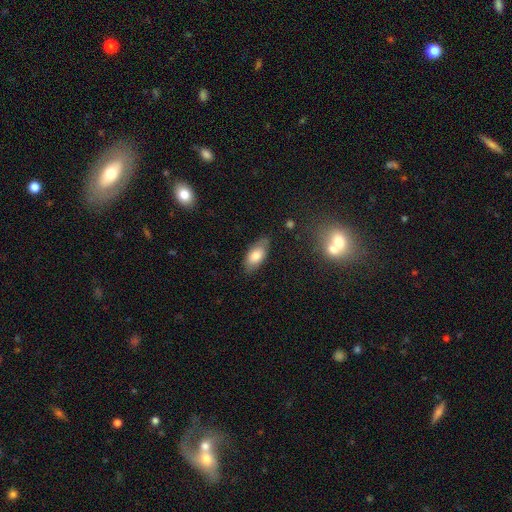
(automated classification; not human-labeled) smooth-or-featured: smooth: 78% | featured or disk: 15% | star or artifact: 7%
  how-rounded: in between: 88% | cigar-shaped: 9% | round: 3%
  merging: none: 74% | minor disturbance: 20% | major disturbance: 4% | merger: 2%